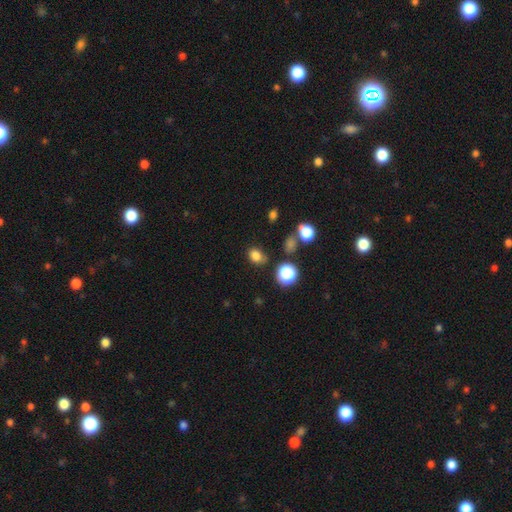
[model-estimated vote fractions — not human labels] Smooth or featured? Predicted: smooth (p=0.79). How rounded? Predicted: in between (p=0.50). Merging? Predicted: none (p=0.72).